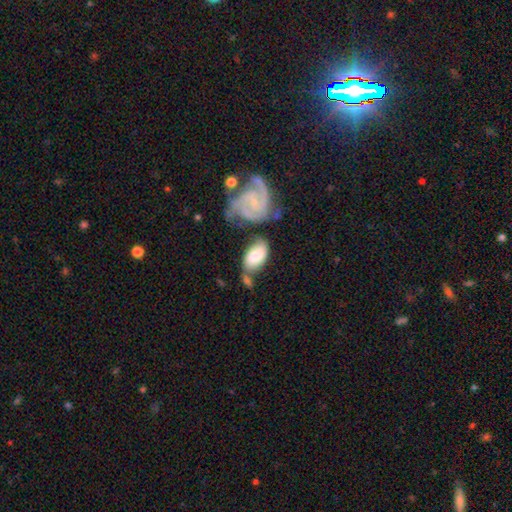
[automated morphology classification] The model was most divided on "merging": none: 44%, merger: 23%, minor disturbance: 23%, major disturbance: 10%. More confident: how rounded — in between (92%); smooth or featured — smooth (66%).